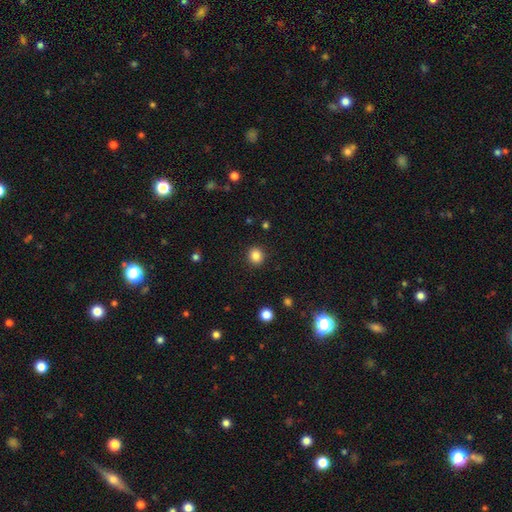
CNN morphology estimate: A smooth galaxy with no disk features (85%) that is round (85%).

Vote fractions:
- Smooth or featured? smooth: 85% / star or artifact: 11% / featured or disk: 4%
- How rounded? round: 85% / in between: 15% / cigar-shaped: 1%
- Merging? none: 91% / minor disturbance: 6% / major disturbance: 2% / merger: 1%